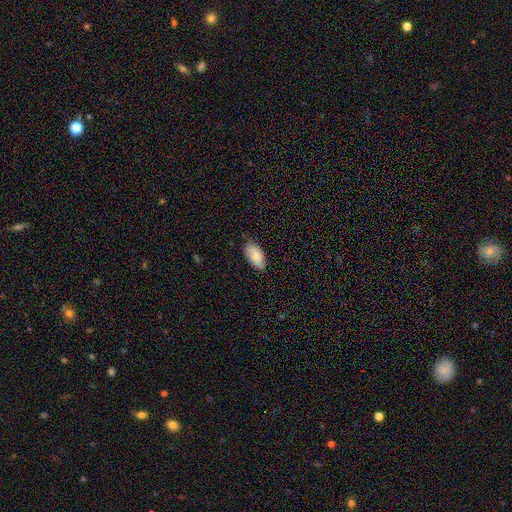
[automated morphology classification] The model was most divided on "merging": none: 79%, minor disturbance: 17%, major disturbance: 3%, merger: 1%. More confident: how rounded — in between (94%); smooth or featured — smooth (81%).